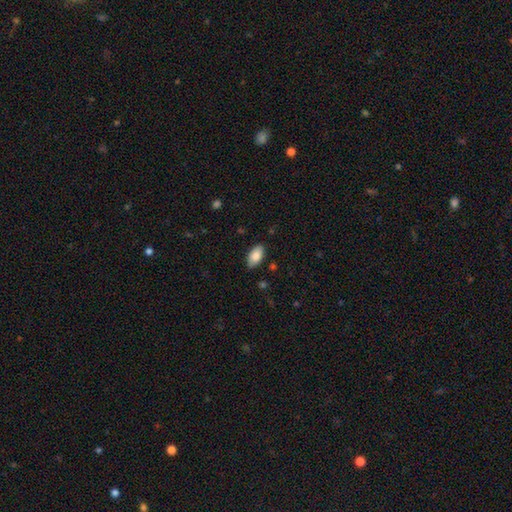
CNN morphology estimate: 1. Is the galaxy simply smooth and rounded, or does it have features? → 86% smooth, 8% featured or disk, 7% star or artifact.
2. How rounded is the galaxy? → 94% in between, 3% cigar-shaped, 3% round.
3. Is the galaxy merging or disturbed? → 85% none, 11% minor disturbance, 2% major disturbance, 1% merger.